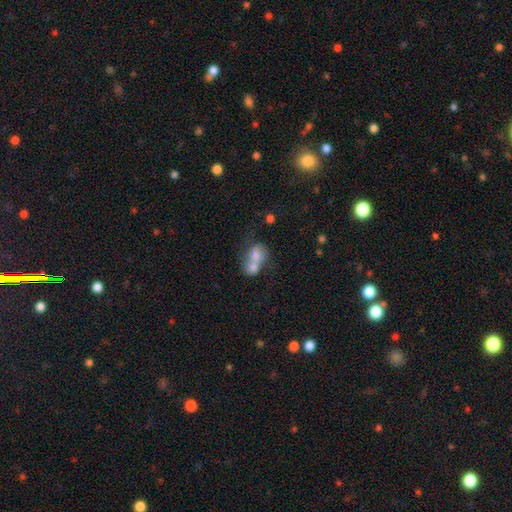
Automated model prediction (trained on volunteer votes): Q: Smooth or featured?
A: smooth (68%); runner-up: featured or disk (22%)
Q: How rounded?
A: in between (58%); runner-up: round (40%)
Q: Merging?
A: merger (75%); runner-up: none (14%)